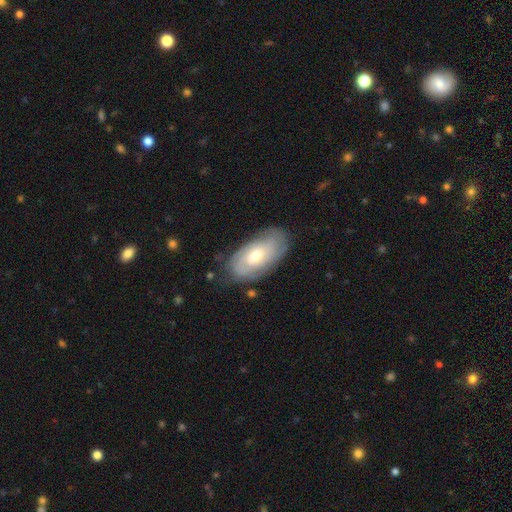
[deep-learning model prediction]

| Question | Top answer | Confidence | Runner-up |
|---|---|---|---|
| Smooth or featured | featured or disk | 67% | smooth (27%) |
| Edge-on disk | no | 92% | yes (8%) |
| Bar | no | 63% | weak (31%) |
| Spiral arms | yes | 84% | no (16%) |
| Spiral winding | tight | 64% | medium (27%) |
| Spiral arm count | can't tell | 51% | 2 (24%) |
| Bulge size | moderate | 67% | small (23%) |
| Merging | none | 76% | minor disturbance (18%) |